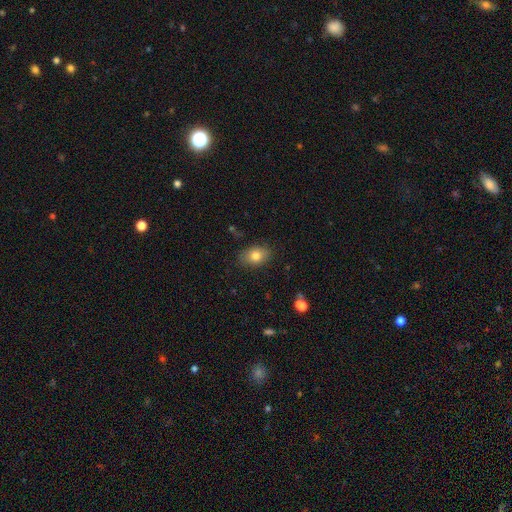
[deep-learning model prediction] The model was most divided on "how rounded": in between: 79%, round: 19%, cigar-shaped: 1%. More confident: merging — none (83%); smooth or featured — smooth (79%).